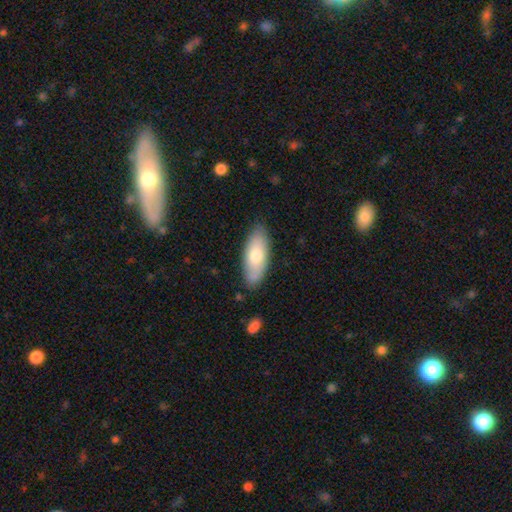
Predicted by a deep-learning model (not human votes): Overall: smooth (71%). How rounded: in between (80%). Merging: none (84%).